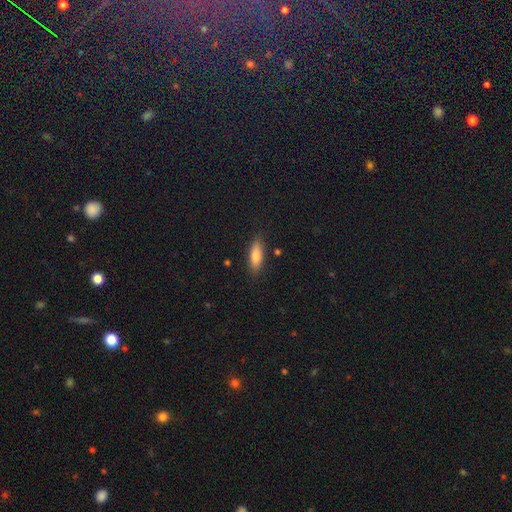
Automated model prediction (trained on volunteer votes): Q: Smooth or featured?
A: smooth (79%); runner-up: featured or disk (14%)
Q: How rounded?
A: in between (62%); runner-up: cigar-shaped (36%)
Q: Merging?
A: none (85%); runner-up: minor disturbance (11%)